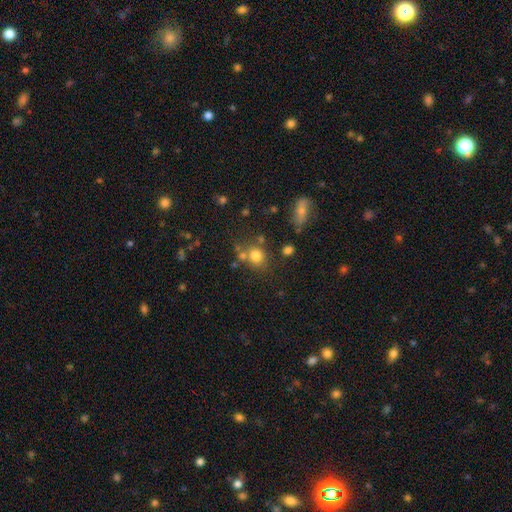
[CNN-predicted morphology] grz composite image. It shows a smooth galaxy with no disk features (78%) that is round (77%). Merging: none (66%).